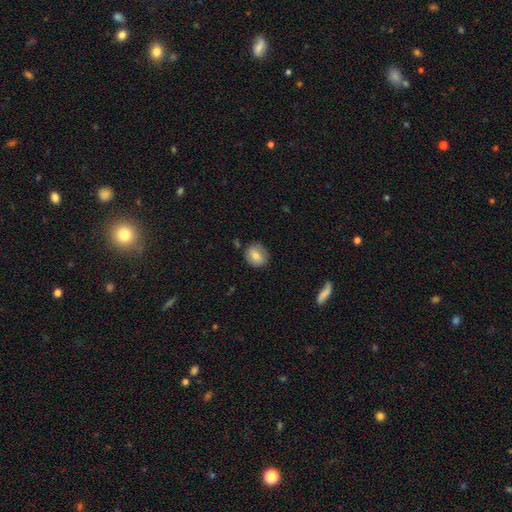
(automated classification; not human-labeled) smooth 73%, featured or disk 19%, star or artifact 8%. Down the decision tree: how rounded — round (79%); merging — none (81%).